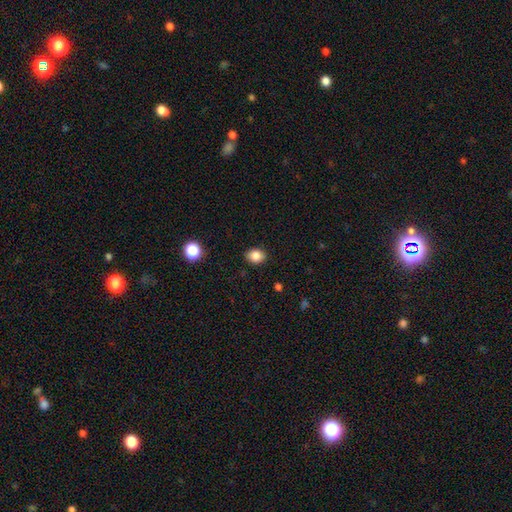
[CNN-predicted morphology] smooth 85%, star or artifact 10%, featured or disk 5%. Down the decision tree: how rounded — round (51%); merging — none (88%).